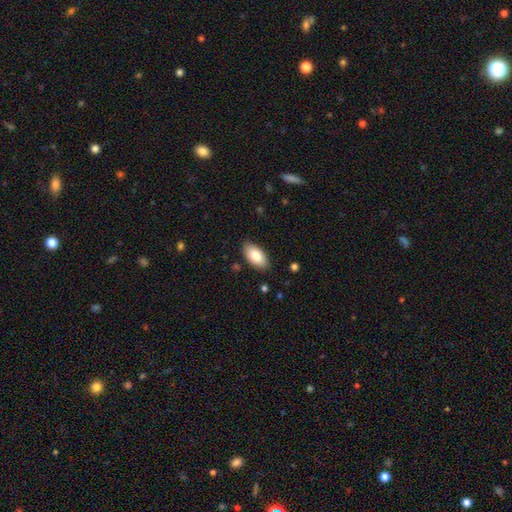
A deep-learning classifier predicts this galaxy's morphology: smooth 84%, featured or disk 10%, star or artifact 6%. Down the decision tree: how rounded — in between (94%); merging — none (87%).